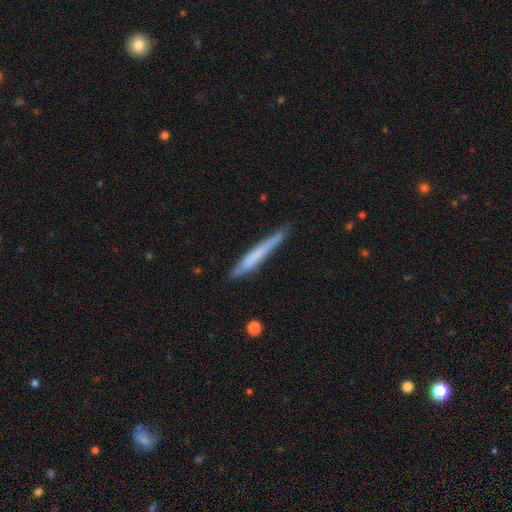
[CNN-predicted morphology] This is likely a smooth galaxy (61%). How rounded: clearly cigar-shaped (96%). Merging: likely none (76%).